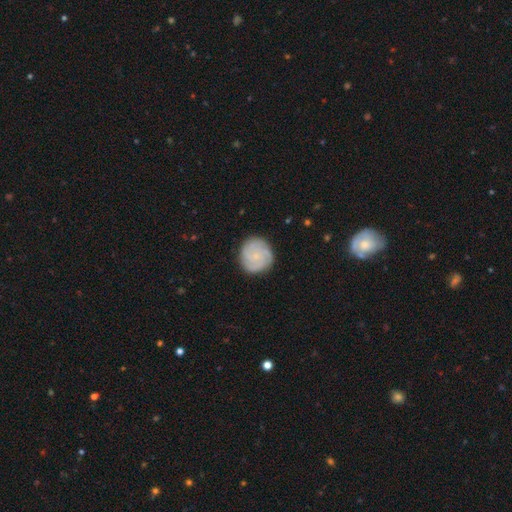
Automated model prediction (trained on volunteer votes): Smooth or featured?
  - featured or disk: 63% *
  - smooth: 30%
  - star or artifact: 7%
Edge-on disk?
  - no: 98% *
  - yes: 2%
Bar?
  - no: 79% *
  - weak: 19%
  - strong: 2%
Spiral arms?
  - yes: 94% *
  - no: 6%
Spiral winding?
  - tight: 66% *
  - medium: 28%
  - loose: 6%
Spiral arm count?
  - 3: 35% *
  - can't tell: 22%
  - 4: 20%
  - 2: 10%
  - more than 4: 6%
  - 1: 6%
Bulge size?
  - small: 74% *
  - moderate: 13%
  - none: 11%
  - large: 1%
  - dominant: 1%
Merging?
  - none: 85% *
  - minor disturbance: 11%
  - major disturbance: 3%
  - merger: 1%